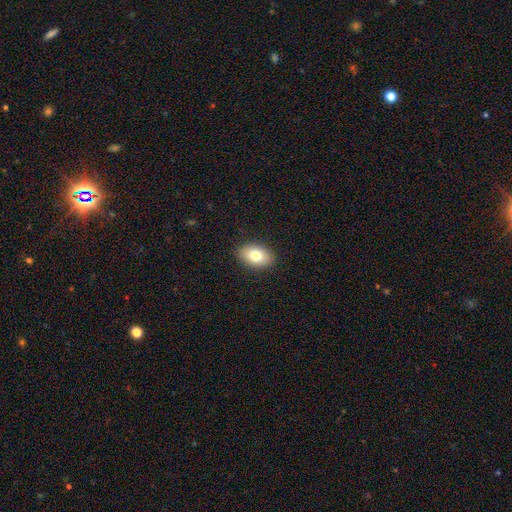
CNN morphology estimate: type=smooth (79%); roundness=in between (87%); merging=none (89%).